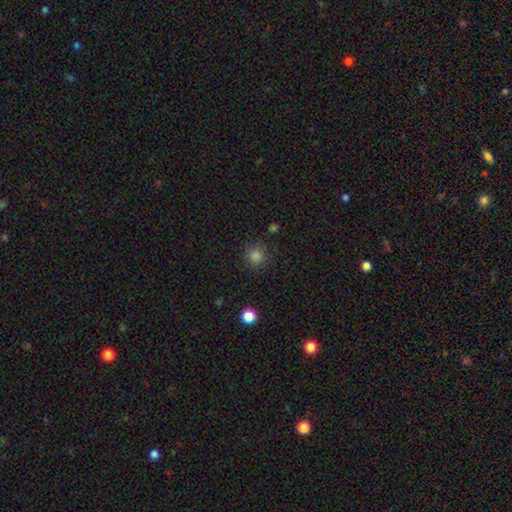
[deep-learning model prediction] Smooth or featured?
  - smooth: 82% *
  - star or artifact: 14%
  - featured or disk: 4%
How rounded?
  - round: 94% *
  - in between: 5%
  - cigar-shaped: 1%
Merging?
  - none: 87% *
  - minor disturbance: 9%
  - major disturbance: 3%
  - merger: 2%